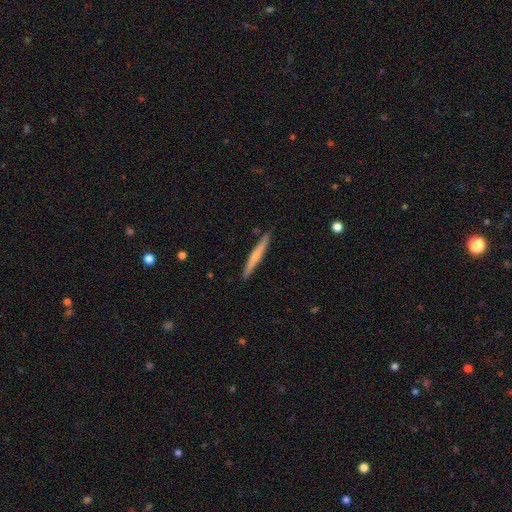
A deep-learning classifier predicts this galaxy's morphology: Smooth or featured? Predicted: smooth (p=0.51). How rounded? Predicted: cigar-shaped (p=0.96). Merging? Predicted: none (p=0.90).